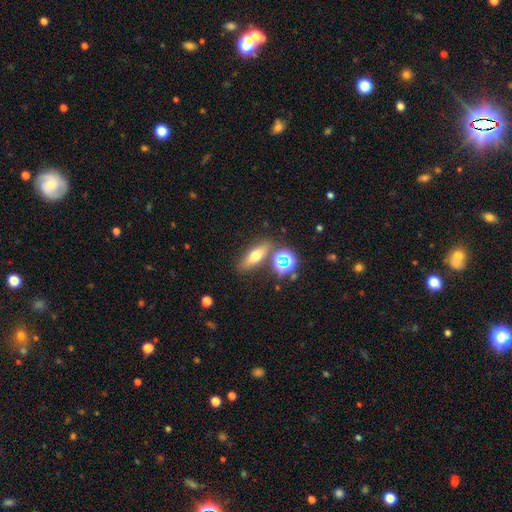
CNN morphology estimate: Smooth or featured: smooth — 57% (featured or disk — 27%)
How rounded: in between — 50% (cigar-shaped — 37%)
Merging: none — 78% (minor disturbance — 10%)